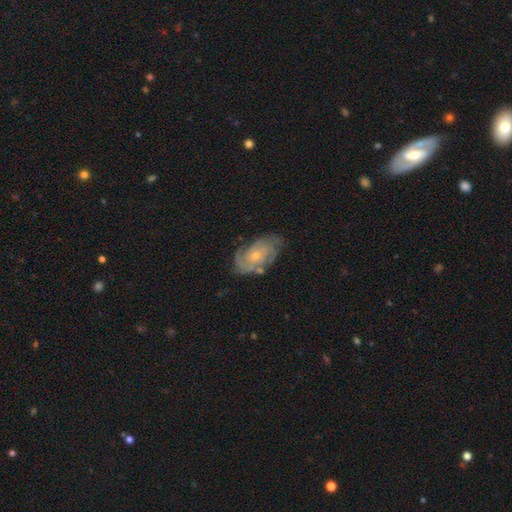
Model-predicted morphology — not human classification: smooth-or-featured: featured or disk: 82% | smooth: 12% | star or artifact: 5%
  disk-edge-on: no: 96% | yes: 4%
    bar: no: 75% | weak: 22% | strong: 3%
    has-spiral-arms: yes: 94% | no: 6%
      spiral-winding: tight: 63% | medium: 29% | loose: 8%
      spiral-arm-count: 2: 31% | can't tell: 28% | 3: 23% | 4: 9% | 1: 5% | more than 4: 4%
    bulge-size: small: 62% | moderate: 34% | none: 2% | large: 1% | dominant: 1%
  merging: none: 69% | minor disturbance: 20% | major disturbance: 7% | merger: 3%